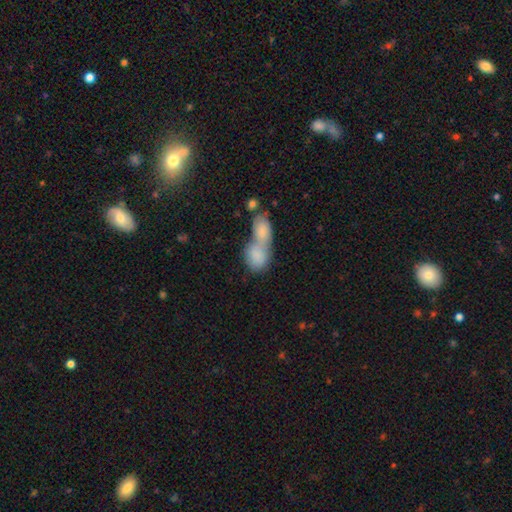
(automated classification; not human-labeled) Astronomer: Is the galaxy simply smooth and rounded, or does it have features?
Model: smooth — 81%.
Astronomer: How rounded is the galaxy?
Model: in between — 72%.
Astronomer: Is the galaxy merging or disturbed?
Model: merger — 76%.